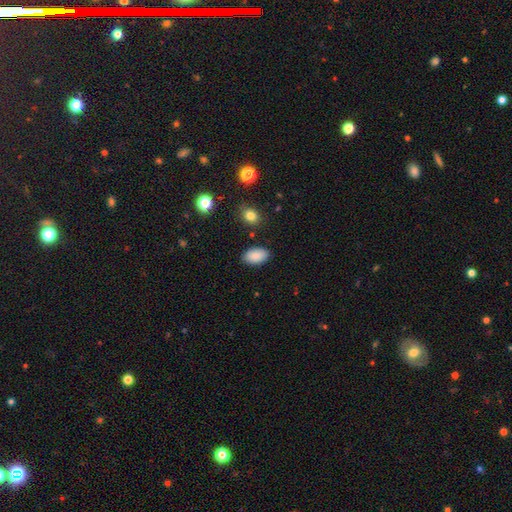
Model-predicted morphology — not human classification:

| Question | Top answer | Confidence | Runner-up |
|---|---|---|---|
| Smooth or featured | smooth | 89% | star or artifact (7%) |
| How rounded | in between | 94% | round (5%) |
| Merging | none | 86% | minor disturbance (10%) |